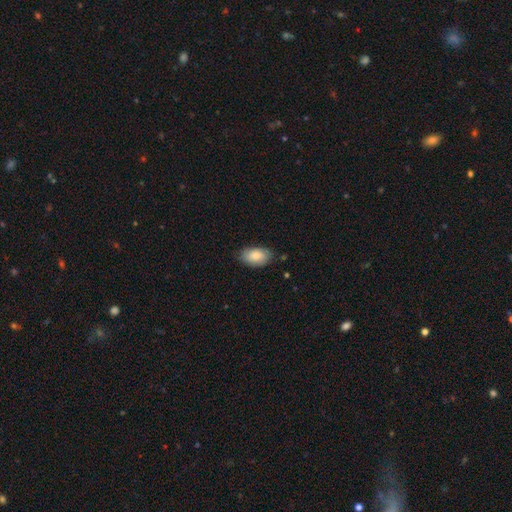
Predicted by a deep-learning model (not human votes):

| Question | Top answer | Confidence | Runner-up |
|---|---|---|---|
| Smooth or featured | smooth | 84% | featured or disk (10%) |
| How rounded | in between | 94% | round (5%) |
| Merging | none | 78% | minor disturbance (18%) |